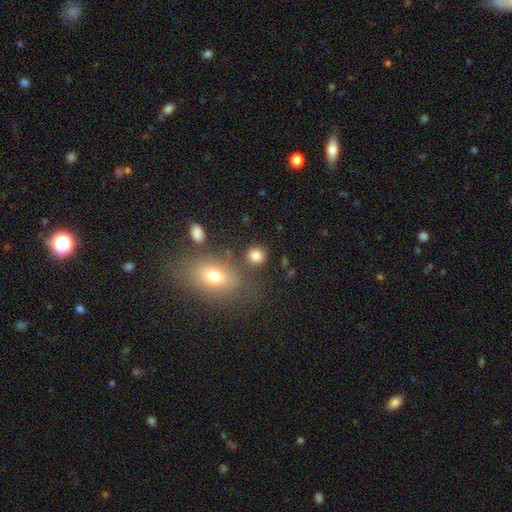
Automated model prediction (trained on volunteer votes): smooth 81%, star or artifact 12%, featured or disk 7%. Down the decision tree: how rounded — round (83%); merging — none (79%).